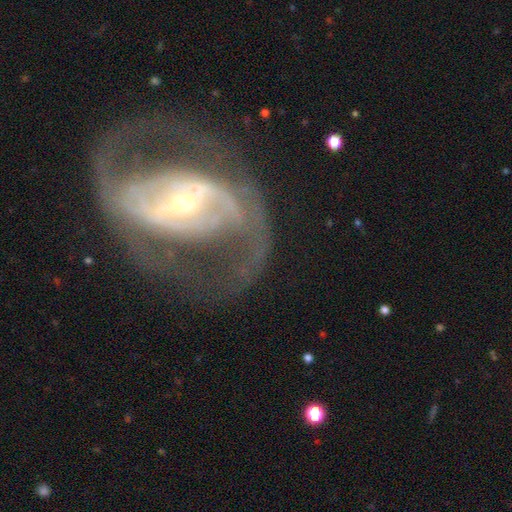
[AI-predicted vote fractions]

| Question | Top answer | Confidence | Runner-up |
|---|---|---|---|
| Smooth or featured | featured or disk | 88% | star or artifact (6%) |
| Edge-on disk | no | 96% | yes (4%) |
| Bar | strong | 52% | weak (31%) |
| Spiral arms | yes | 90% | no (10%) |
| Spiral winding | medium | 49% | loose (29%) |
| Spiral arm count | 2 | 86% | can't tell (6%) |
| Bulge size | small | 70% | moderate (23%) |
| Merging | none | 69% | major disturbance (16%) |